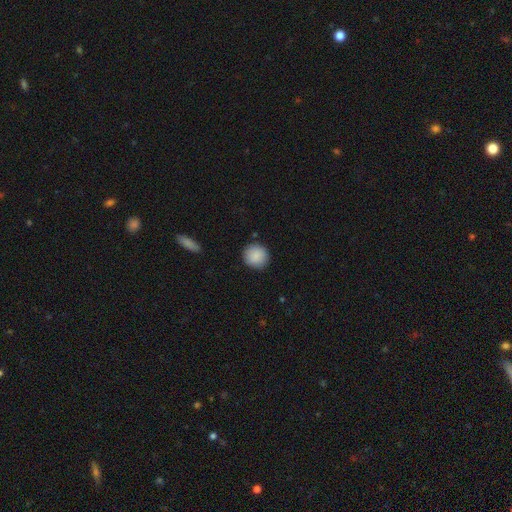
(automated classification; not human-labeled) Overall: smooth (89%). How rounded: round (92%). Merging: none (89%).